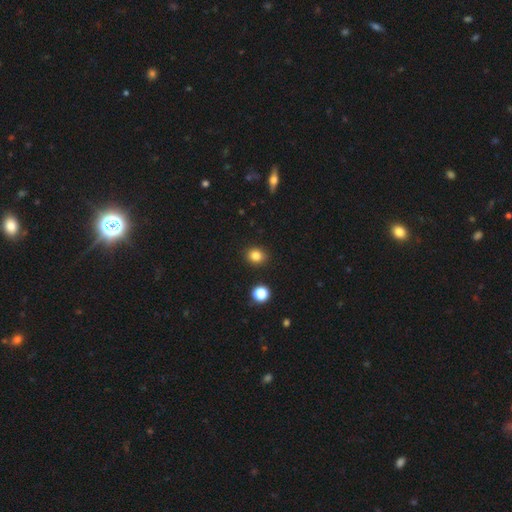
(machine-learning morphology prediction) The model was most divided on "how rounded": round: 71%, in between: 28%, cigar-shaped: 1%. More confident: merging — none (89%); smooth or featured — smooth (83%).